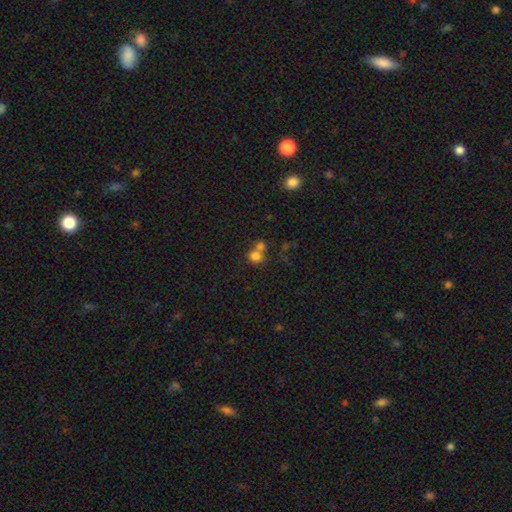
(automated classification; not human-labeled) smooth_or_featured: smooth (p=0.76) [alt: star or artifact p=0.14]
how_rounded: round (p=0.79) [alt: in between p=0.20]
merging: merger (p=0.47) [alt: none p=0.42]